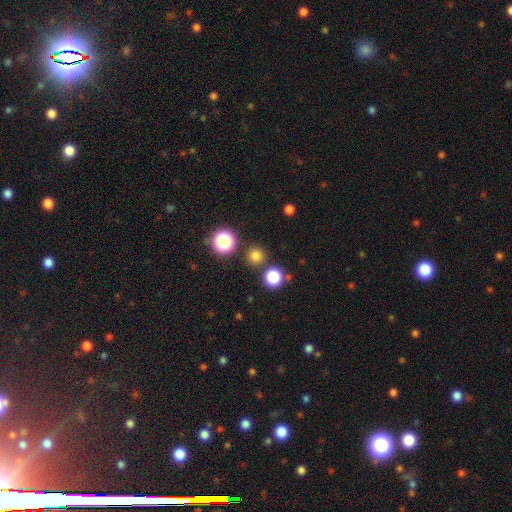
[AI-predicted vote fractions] Smooth or featured?
  - smooth: 75% *
  - star or artifact: 21%
  - featured or disk: 5%
How rounded?
  - round: 95% *
  - in between: 4%
  - cigar-shaped: 1%
Merging?
  - none: 85% *
  - merger: 6%
  - minor disturbance: 6%
  - major disturbance: 2%